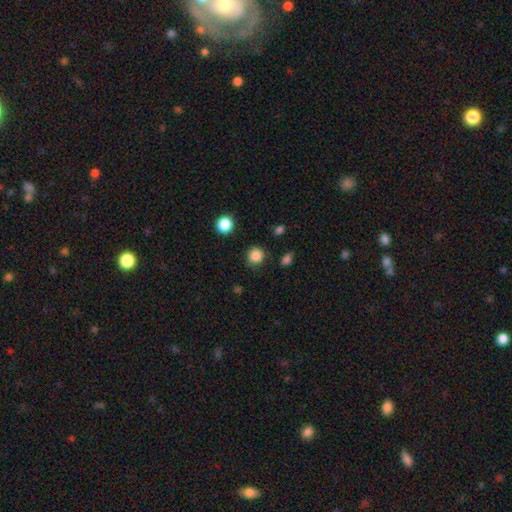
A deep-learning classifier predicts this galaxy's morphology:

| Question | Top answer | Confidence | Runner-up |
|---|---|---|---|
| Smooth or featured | smooth | 85% | star or artifact (11%) |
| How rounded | round | 92% | in between (8%) |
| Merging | none | 87% | minor disturbance (9%) |